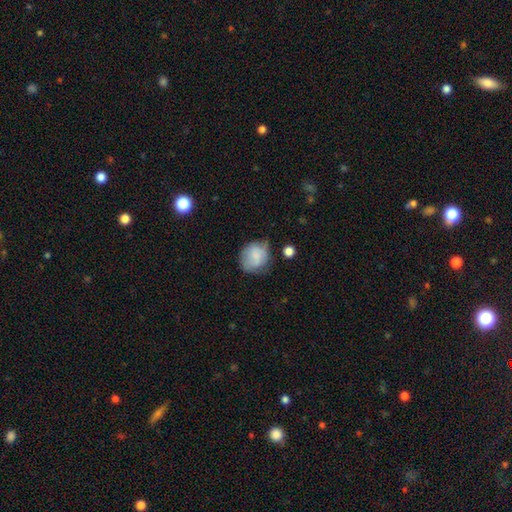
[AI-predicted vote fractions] Smooth or featured? smooth (75%)
How rounded? round (69%)
Merging? none (55%)